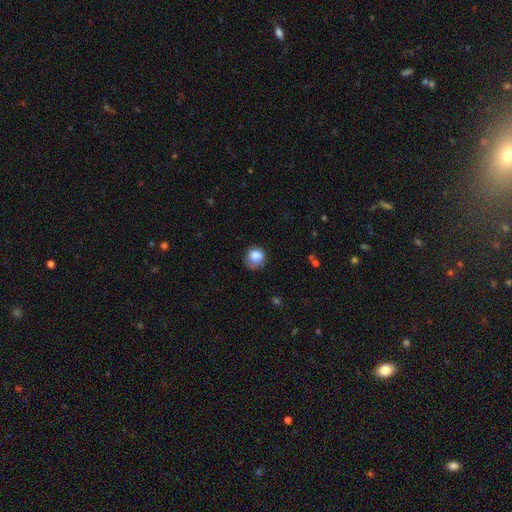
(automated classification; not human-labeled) Overall: smooth (82%). How rounded: round (82%). Merging: none (56%; minor disturbance 29%).